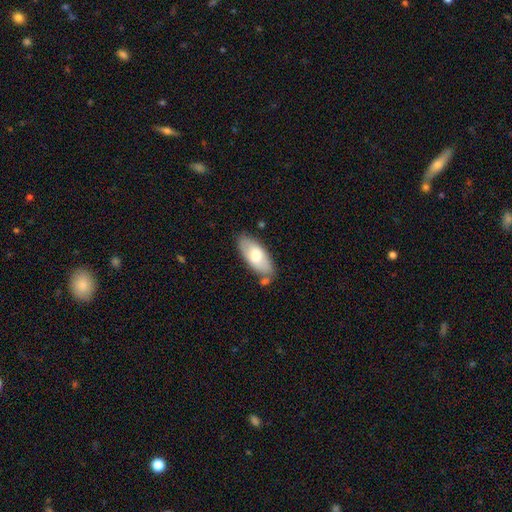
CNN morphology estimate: smooth-or-featured: smooth: 71% | featured or disk: 24% | star or artifact: 6%
  how-rounded: in between: 87% | cigar-shaped: 10% | round: 2%
  merging: none: 74% | minor disturbance: 16% | merger: 8% | major disturbance: 3%